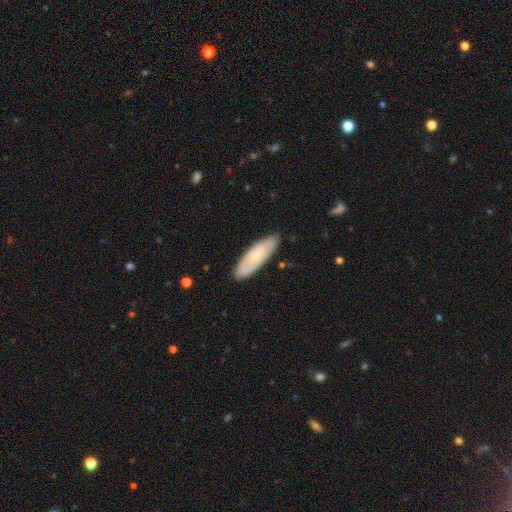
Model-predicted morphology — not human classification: Overall: smooth (61%; featured or disk 32%). How rounded: in between (50%; cigar-shaped 48%). Merging: none (84%).